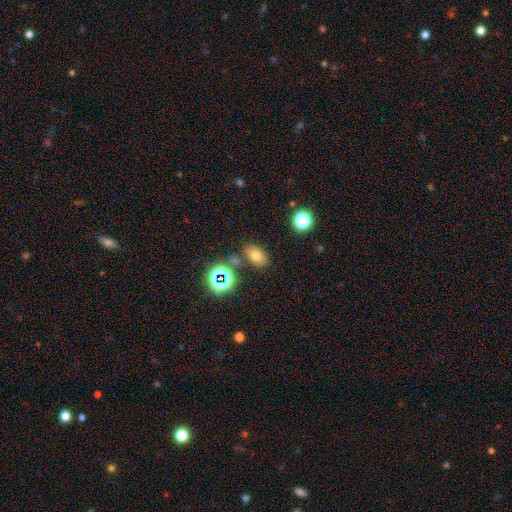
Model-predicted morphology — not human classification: A smooth galaxy with no disk features (67%) that is in between round and cigar-shaped (82%).

Vote fractions:
- Smooth or featured? smooth: 67% / star or artifact: 20% / featured or disk: 13%
- How rounded? in between: 82% / round: 17% / cigar-shaped: 2%
- Merging? none: 76% / minor disturbance: 12% / merger: 8% / major disturbance: 4%